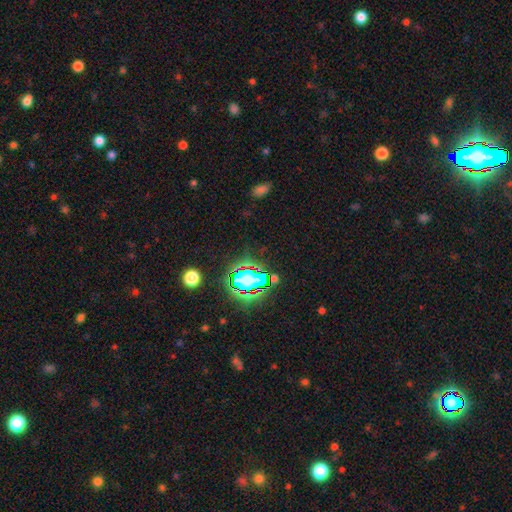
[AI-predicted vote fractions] smooth_or_featured: star or artifact (p=0.81) [alt: smooth p=0.12]